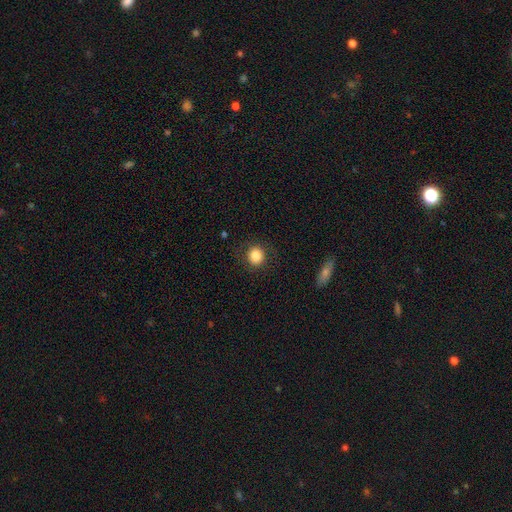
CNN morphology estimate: Smooth or featured?
  - smooth: 84% *
  - star or artifact: 9%
  - featured or disk: 7%
How rounded?
  - round: 87% *
  - in between: 12%
  - cigar-shaped: 1%
Merging?
  - none: 87% *
  - minor disturbance: 9%
  - major disturbance: 3%
  - merger: 1%